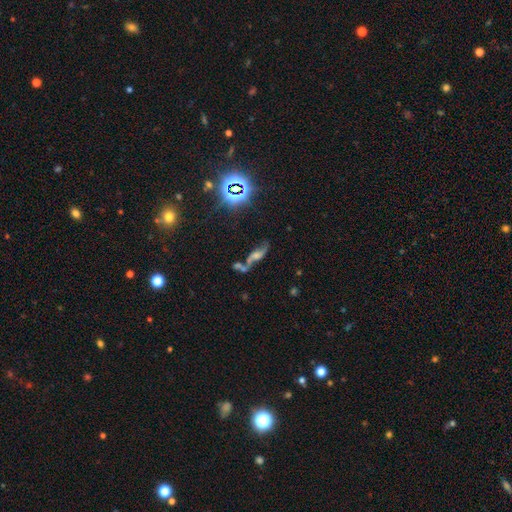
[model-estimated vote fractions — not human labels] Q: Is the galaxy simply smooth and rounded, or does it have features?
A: featured or disk — 52%.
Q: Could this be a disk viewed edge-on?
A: no — 69%.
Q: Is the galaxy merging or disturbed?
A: none — 41%.